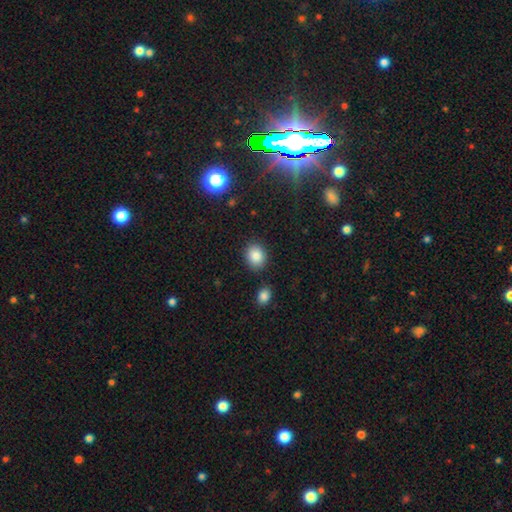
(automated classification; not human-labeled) A smooth galaxy with no disk features (85%) that is in between round and cigar-shaped (50%).

Vote fractions:
- Smooth or featured? smooth: 85% / star or artifact: 9% / featured or disk: 6%
- How rounded? in between: 50% / round: 49% / cigar-shaped: 1%
- Merging? none: 85% / minor disturbance: 9% / merger: 4% / major disturbance: 3%